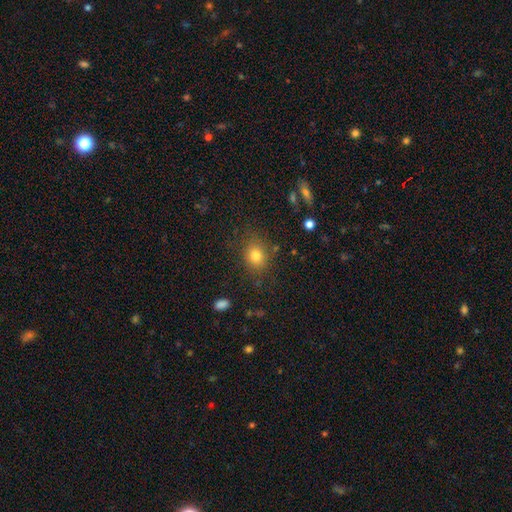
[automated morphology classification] smooth_or_featured: smooth (p=0.79) [alt: star or artifact p=0.12]
how_rounded: round (p=0.54) [alt: in between p=0.45]
merging: none (p=0.80) [alt: minor disturbance p=0.13]